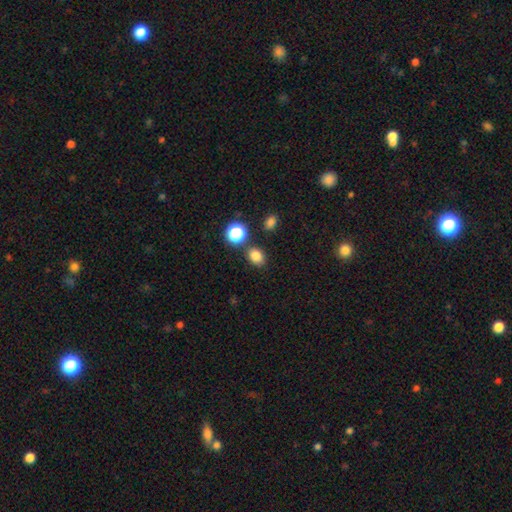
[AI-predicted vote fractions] smooth 80%, star or artifact 15%, featured or disk 5%. Down the decision tree: how rounded — in between (52%); merging — none (80%).